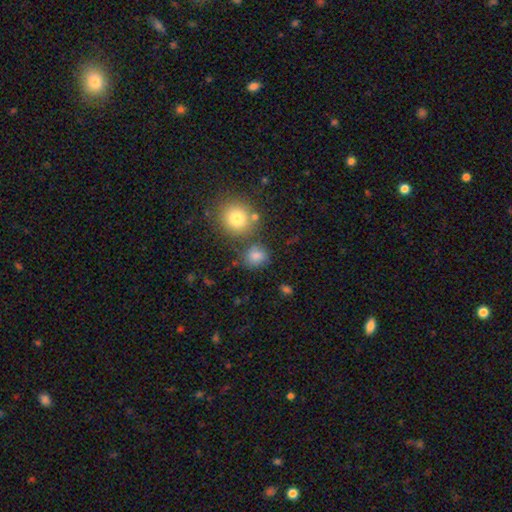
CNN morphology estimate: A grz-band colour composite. It shows a smooth galaxy with no disk features (77%) that is round (74%). Merging: none (67%).